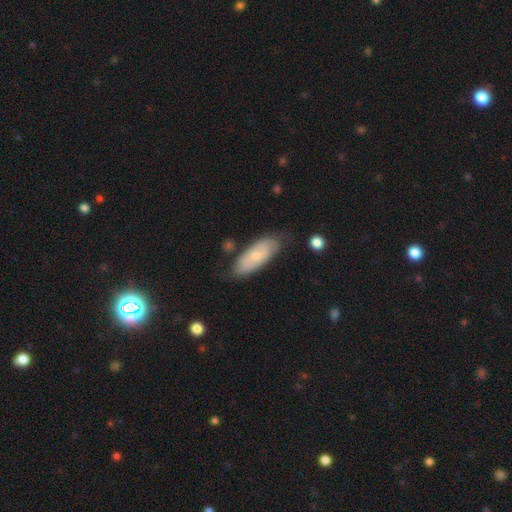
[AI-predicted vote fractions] This appears to be a smooth galaxy with no disk features (55%) that is in between round and cigar-shaped (75%). Merging: none (69%).